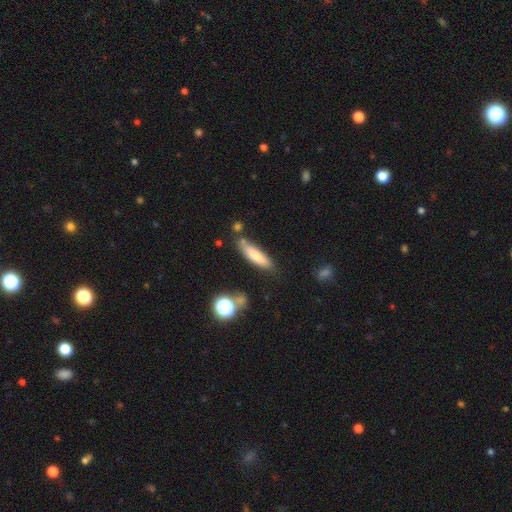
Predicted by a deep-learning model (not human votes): This appears to be a smooth galaxy with no disk features (75%) that is cigar-shaped (70%). Merging: none (69%).